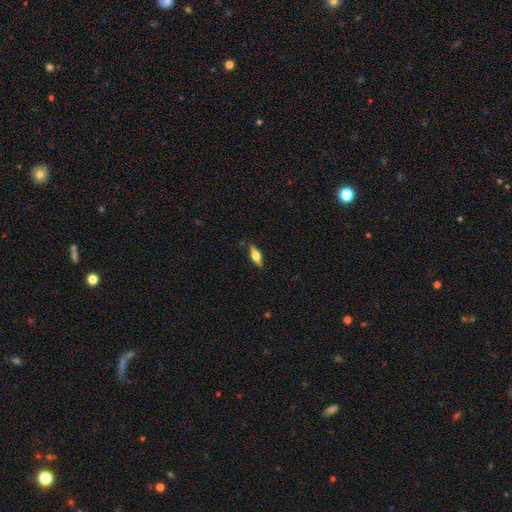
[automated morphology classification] Smooth or featured: smooth — 53% (featured or disk — 41%)
How rounded: in between — 63% (cigar-shaped — 34%)
Merging: none — 86% (minor disturbance — 10%)